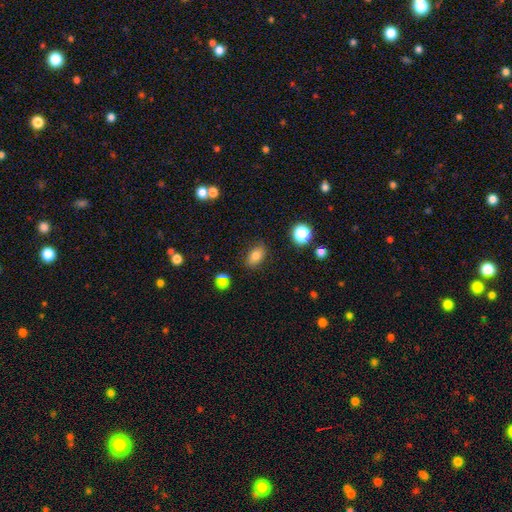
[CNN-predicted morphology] Smooth or featured?
  - smooth: 78% *
  - star or artifact: 12%
  - featured or disk: 10%
How rounded?
  - in between: 81% *
  - round: 16%
  - cigar-shaped: 3%
Merging?
  - none: 82% *
  - minor disturbance: 13%
  - major disturbance: 3%
  - merger: 3%